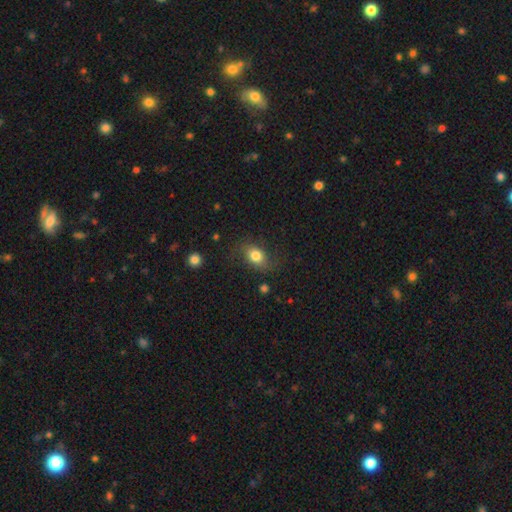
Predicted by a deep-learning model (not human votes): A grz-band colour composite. It shows a smooth galaxy with no disk features (77%) that is in between round and cigar-shaped (68%). Merging: none (70%).